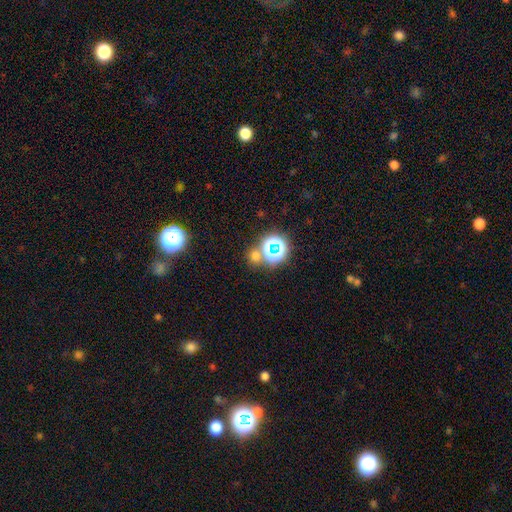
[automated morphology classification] smooth-or-featured: smooth: 52% | star or artifact: 41% | featured or disk: 7%
  how-rounded: round: 85% | in between: 14% | cigar-shaped: 1%
  merging: none: 68% | merger: 20% | minor disturbance: 8% | major disturbance: 4%